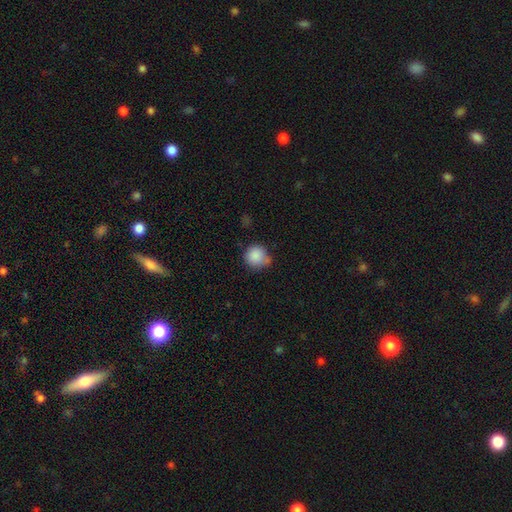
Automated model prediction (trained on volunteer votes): Smooth or featured? Predicted: smooth (p=0.86). How rounded? Predicted: round (p=0.89). Merging? Predicted: none (p=0.58).